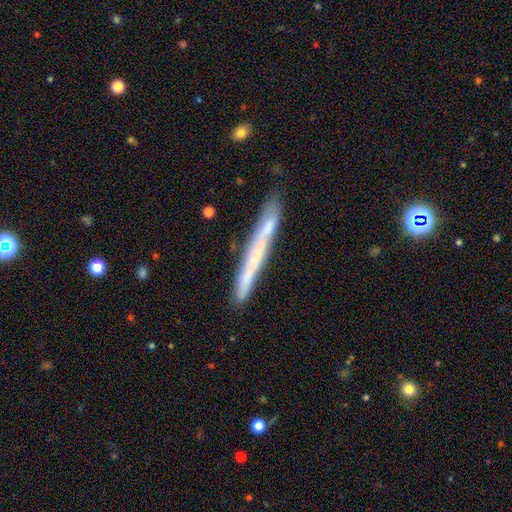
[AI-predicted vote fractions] smooth_or_featured: featured or disk (p=0.48) [alt: smooth p=0.44]
merging: none (p=0.82) [alt: minor disturbance p=0.13]